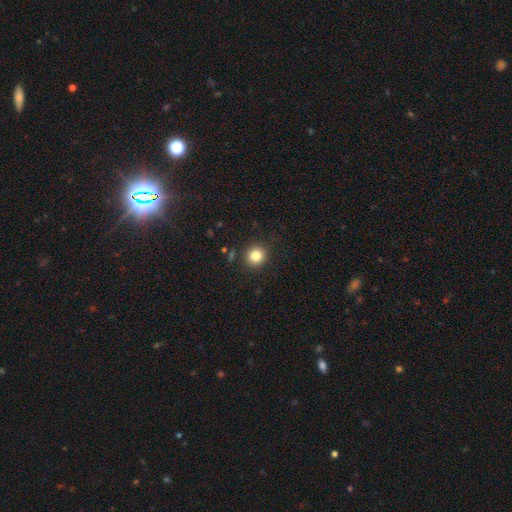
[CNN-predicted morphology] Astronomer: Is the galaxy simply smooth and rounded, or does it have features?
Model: smooth — 83%.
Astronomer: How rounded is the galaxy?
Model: round — 91%.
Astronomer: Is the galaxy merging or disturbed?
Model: none — 91%.